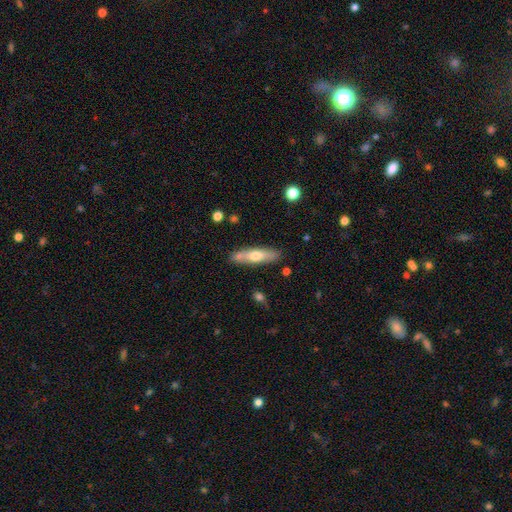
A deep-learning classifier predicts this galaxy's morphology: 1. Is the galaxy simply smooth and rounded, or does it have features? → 59% smooth, 35% featured or disk, 6% star or artifact.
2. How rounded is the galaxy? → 67% cigar-shaped, 31% in between, 2% round.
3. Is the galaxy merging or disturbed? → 76% none, 13% minor disturbance, 8% merger, 3% major disturbance.